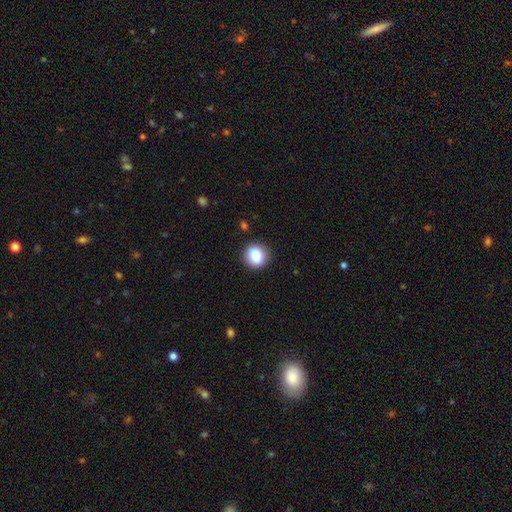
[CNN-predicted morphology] Smooth or featured: smooth — 84% (star or artifact — 9%)
How rounded: round — 77% (in between — 22%)
Merging: none — 89% (minor disturbance — 7%)